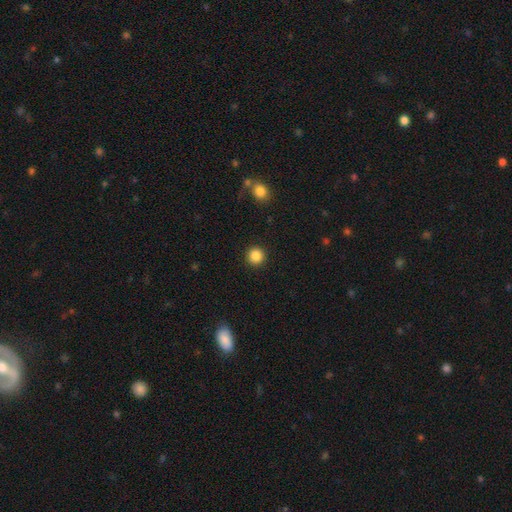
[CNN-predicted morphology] Smooth or featured?
  - smooth: 86% *
  - star or artifact: 10%
  - featured or disk: 4%
How rounded?
  - round: 95% *
  - in between: 4%
  - cigar-shaped: 1%
Merging?
  - none: 92% *
  - minor disturbance: 5%
  - major disturbance: 2%
  - merger: 1%